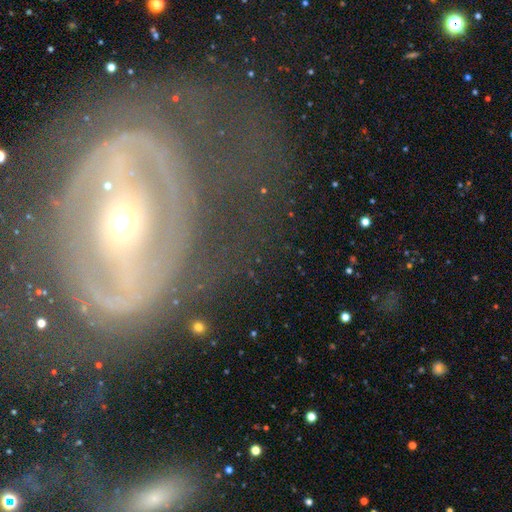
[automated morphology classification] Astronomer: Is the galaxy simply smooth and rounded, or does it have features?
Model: featured or disk — 80%.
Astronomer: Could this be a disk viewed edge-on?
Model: no — 94%.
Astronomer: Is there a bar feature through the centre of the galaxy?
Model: strong — 43% (runner-up: no, 31%).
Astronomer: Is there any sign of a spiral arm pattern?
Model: yes — 64%.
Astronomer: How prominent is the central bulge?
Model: small — 63%.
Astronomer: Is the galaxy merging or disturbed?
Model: none — 57%.